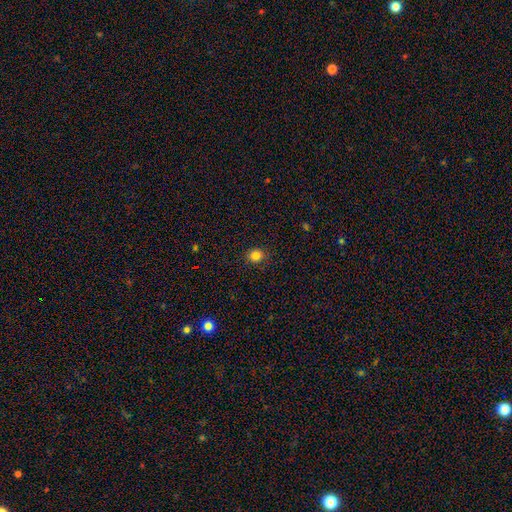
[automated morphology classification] Overall: smooth (83%). How rounded: round (79%). Merging: none (87%).